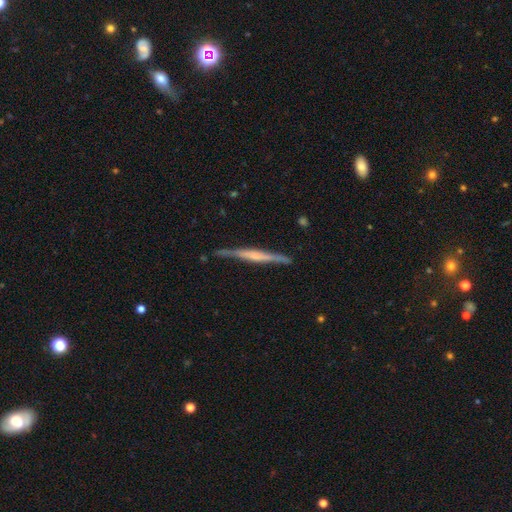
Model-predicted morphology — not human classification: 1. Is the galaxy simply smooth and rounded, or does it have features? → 71% featured or disk, 24% smooth, 5% star or artifact.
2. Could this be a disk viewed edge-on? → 97% yes, 3% no.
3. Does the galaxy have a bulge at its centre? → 41% rounded, 33% none, 27% boxy.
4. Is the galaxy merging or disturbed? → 82% none, 14% minor disturbance, 2% major disturbance, 2% merger.